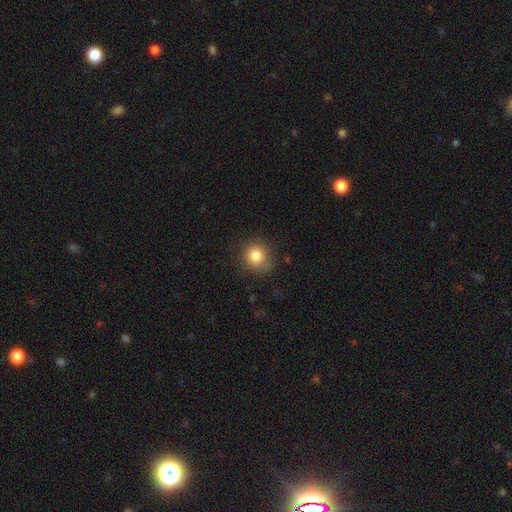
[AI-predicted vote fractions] Smooth or featured? Predicted: smooth (p=0.82). How rounded? Predicted: round (p=0.86). Merging? Predicted: none (p=0.76).